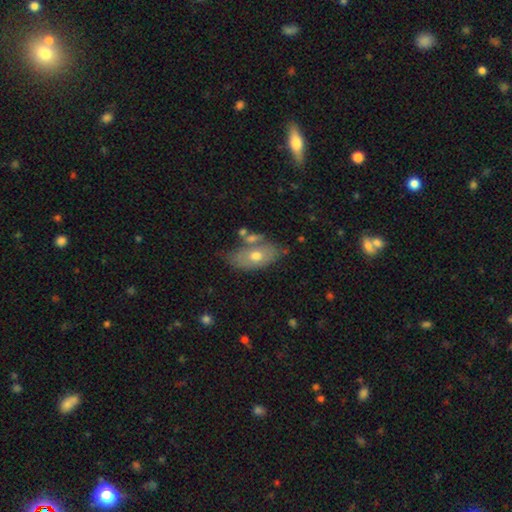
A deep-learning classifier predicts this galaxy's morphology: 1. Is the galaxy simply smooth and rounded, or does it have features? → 62% smooth, 30% featured or disk, 8% star or artifact.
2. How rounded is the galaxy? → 89% in between, 6% round, 5% cigar-shaped.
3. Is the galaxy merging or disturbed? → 56% none, 21% minor disturbance, 17% merger, 6% major disturbance.